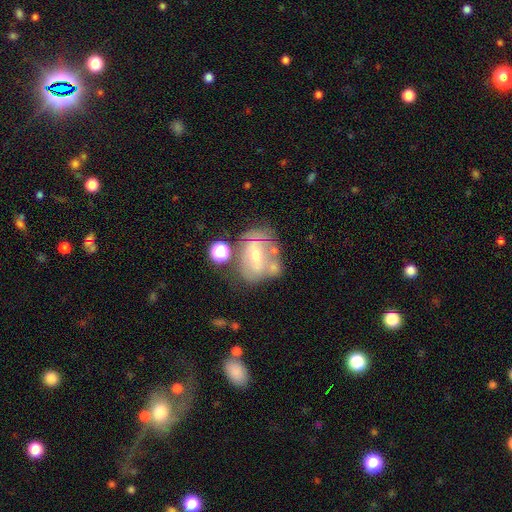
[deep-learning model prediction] This is likely a featured or disk galaxy (67%). It is clearly not viewed edge-on (95%). Bar: possibly no (46%). Spiral arm pattern: possibly yes (59%). Central bulge: possibly moderate (48%). Merging: marginally none (42%).